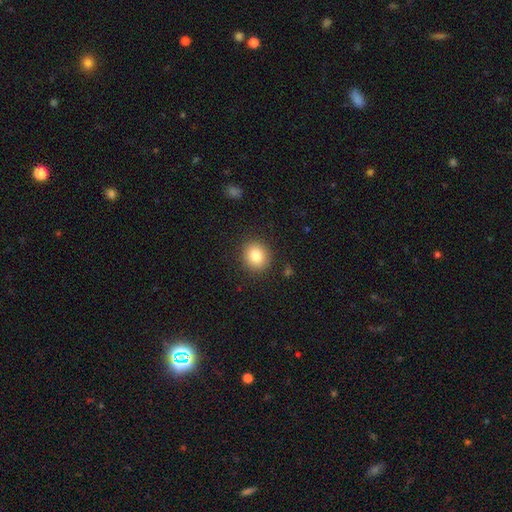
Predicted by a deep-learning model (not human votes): smooth_or_featured: smooth (p=0.84) [alt: star or artifact p=0.09]
how_rounded: round (p=0.80) [alt: in between p=0.19]
merging: none (p=0.88) [alt: minor disturbance p=0.08]